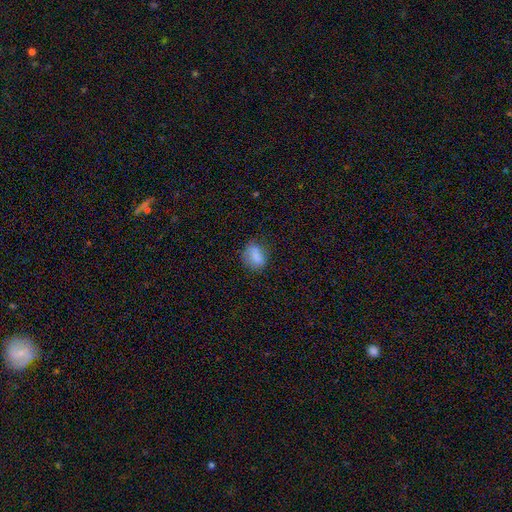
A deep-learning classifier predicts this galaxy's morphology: Smooth or featured? Predicted: smooth (p=0.81). How rounded? Predicted: in between (p=0.72). Merging? Predicted: none (p=0.65).